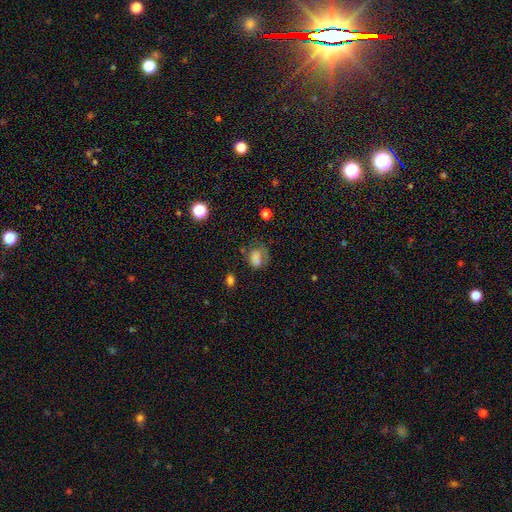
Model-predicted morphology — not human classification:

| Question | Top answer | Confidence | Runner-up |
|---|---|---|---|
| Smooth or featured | smooth | 66% | star or artifact (18%) |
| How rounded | in between | 60% | round (38%) |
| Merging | none | 42% | major disturbance (28%) |